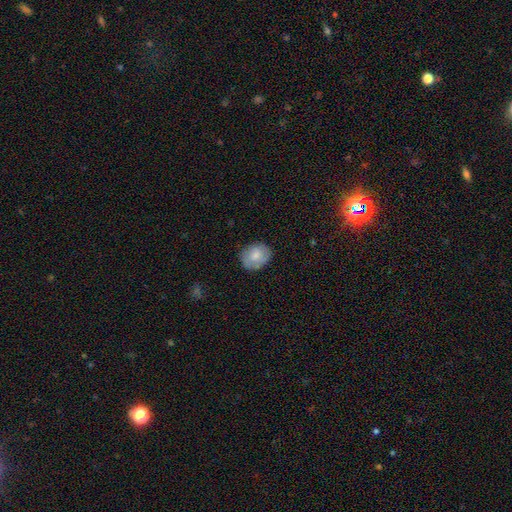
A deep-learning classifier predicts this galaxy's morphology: Smooth or featured: smooth — 73% (featured or disk — 20%)
How rounded: round — 56% (in between — 44%)
Merging: none — 80% (minor disturbance — 16%)